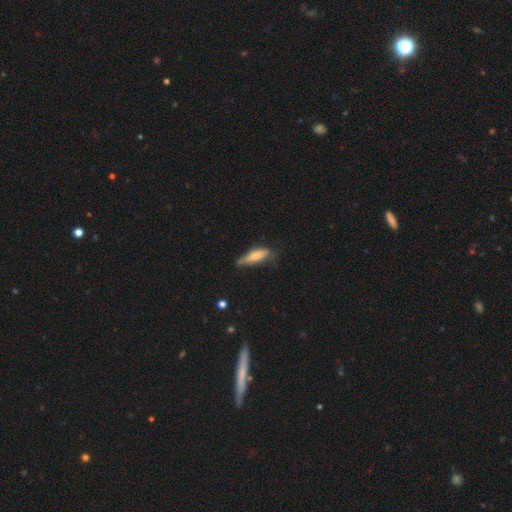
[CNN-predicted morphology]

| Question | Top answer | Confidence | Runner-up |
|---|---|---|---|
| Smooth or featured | smooth | 62% | featured or disk (32%) |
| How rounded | cigar-shaped | 53% | in between (45%) |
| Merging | none | 50% | minor disturbance (36%) |